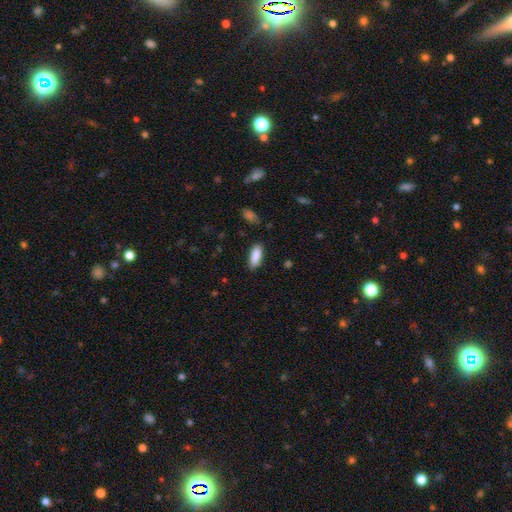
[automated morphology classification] smooth-or-featured: smooth: 88% | star or artifact: 6% | featured or disk: 6%
  how-rounded: in between: 76% | cigar-shaped: 22% | round: 2%
  merging: none: 84% | minor disturbance: 12% | major disturbance: 3% | merger: 1%